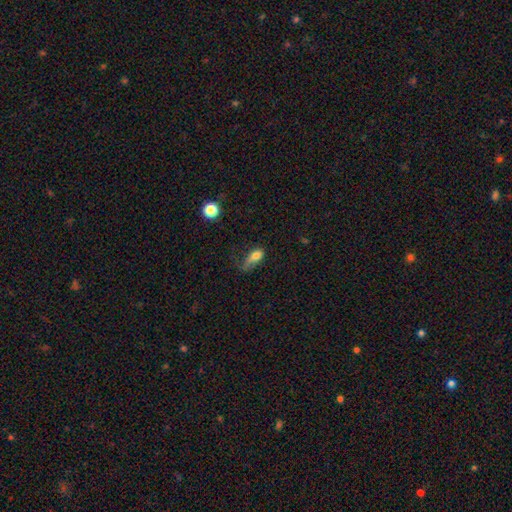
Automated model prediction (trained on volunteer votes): The model was most divided on "merging": major disturbance: 41%, minor disturbance: 30%, none: 25%, merger: 4%. More confident: how rounded — in between (75%); smooth or featured — smooth (71%).